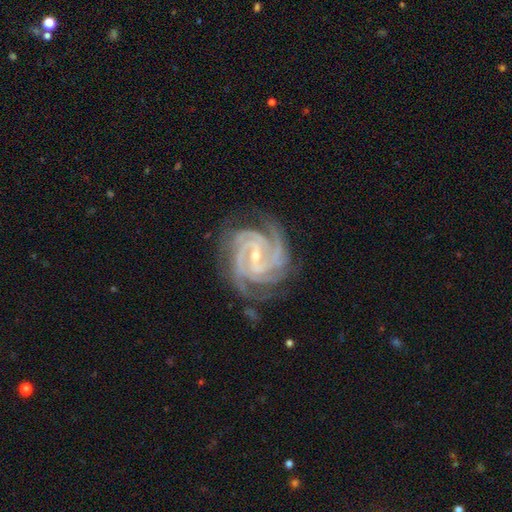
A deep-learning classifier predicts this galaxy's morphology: smooth_or_featured: featured or disk (p=0.94) [alt: star or artifact p=0.04]
disk_edge_on: no (p=0.98) [alt: yes p=0.02]
bar: weak (p=0.46) [alt: strong p=0.36]
has_spiral_arms: yes (p=0.99) [alt: no p=0.01]
spiral_winding: tight (p=0.73) [alt: medium p=0.25]
spiral_arm_count: 4 (p=0.35) [alt: 3 p=0.32]
bulge_size: small (p=0.70) [alt: moderate p=0.27]
merging: none (p=0.76) [alt: minor disturbance p=0.16]